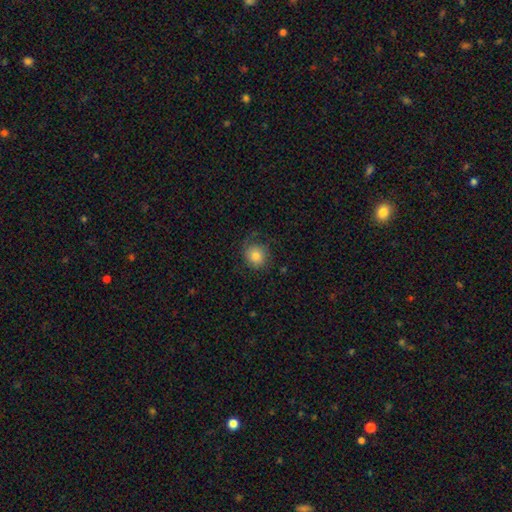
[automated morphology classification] Smooth or featured? smooth (77%)
How rounded? round (81%)
Merging? none (69%)